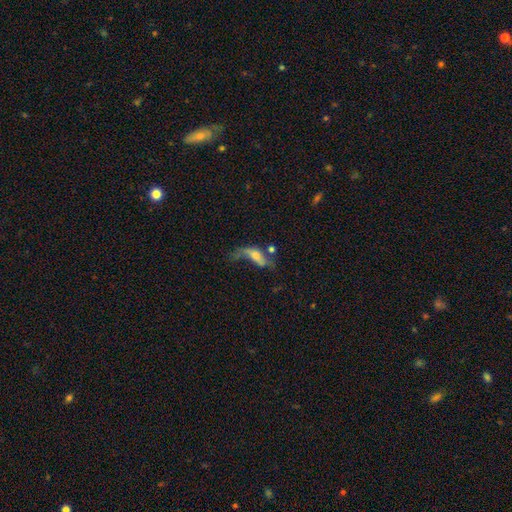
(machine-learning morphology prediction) type=featured or disk (46%); merging=major disturbance (41%).